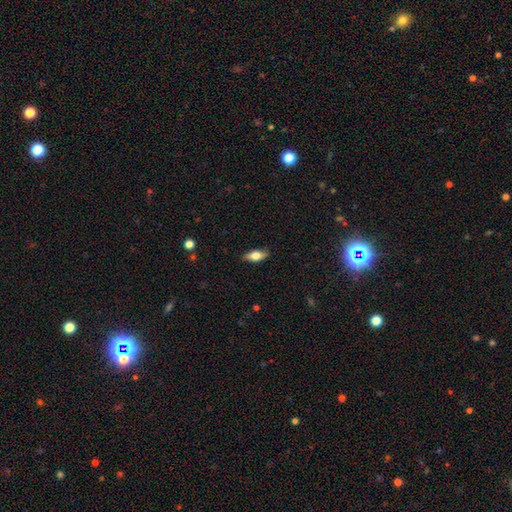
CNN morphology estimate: smooth 65%, featured or disk 28%, star or artifact 7%. Down the decision tree: how rounded — in between (76%); merging — none (86%).